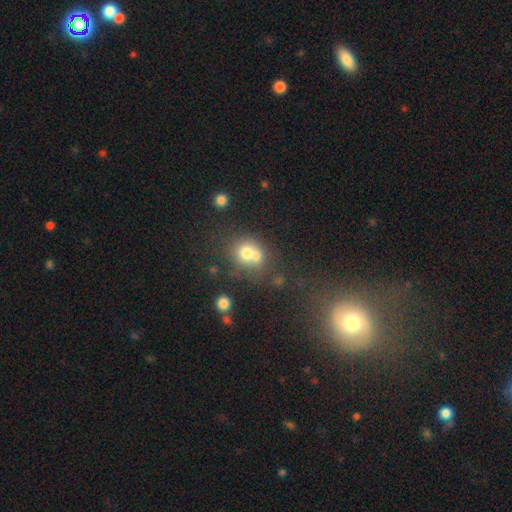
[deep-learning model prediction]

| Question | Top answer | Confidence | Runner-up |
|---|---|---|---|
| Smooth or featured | smooth | 69% | featured or disk (18%) |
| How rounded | round | 75% | in between (24%) |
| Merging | merger | 52% | none (33%) |